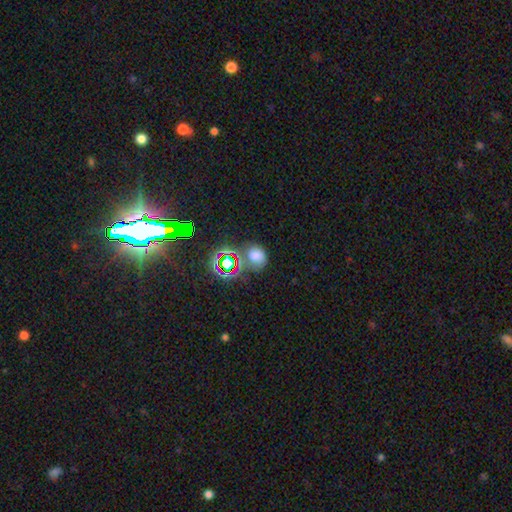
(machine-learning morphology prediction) smooth 62%, star or artifact 28%, featured or disk 10%. Down the decision tree: how rounded — round (59%); merging — none (49%).